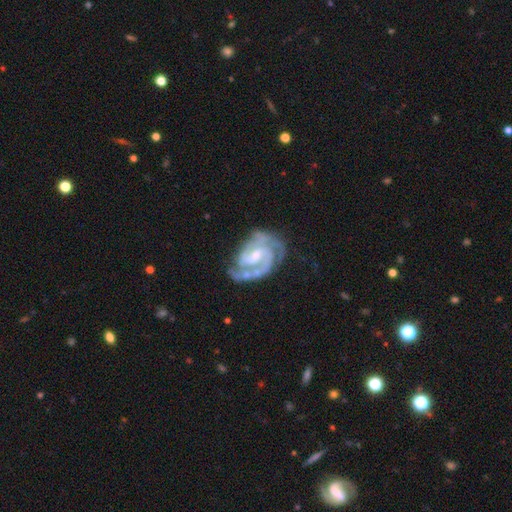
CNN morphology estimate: This is clearly a featured or disk galaxy (90%). It is clearly not viewed edge-on (98%). Bar: possibly weak (52%). Spiral arm pattern: clearly yes (97%). Spiral arm count: possibly 2 (54%). Spiral winding: possibly tight (54%). Central bulge: possibly moderate (47%). Merging: likely none (63%).